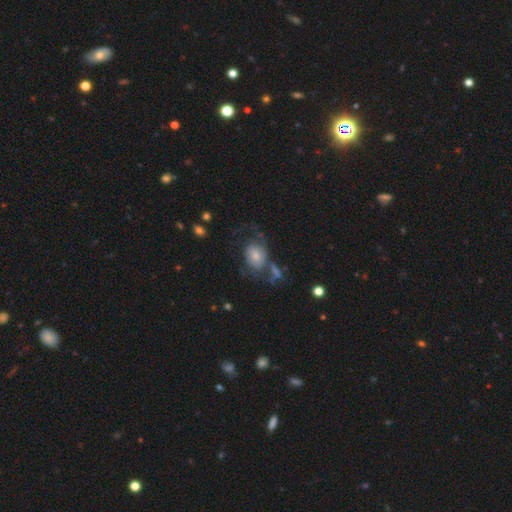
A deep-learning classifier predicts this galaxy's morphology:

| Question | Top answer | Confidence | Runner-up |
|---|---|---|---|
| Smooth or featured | featured or disk | 50% | smooth (38%) |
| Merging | none | 38% | major disturbance (28%) |